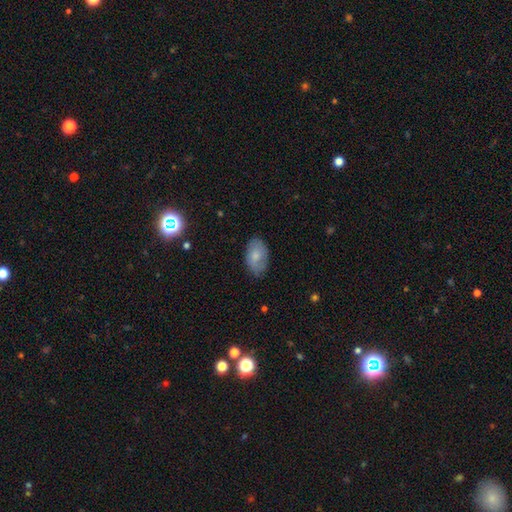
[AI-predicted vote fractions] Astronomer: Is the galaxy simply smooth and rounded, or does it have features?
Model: smooth — 71%.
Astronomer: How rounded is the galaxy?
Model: in between — 92%.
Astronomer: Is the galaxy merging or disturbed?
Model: none — 76%.